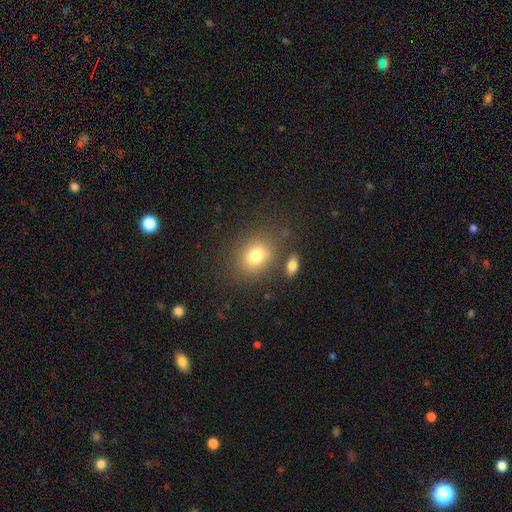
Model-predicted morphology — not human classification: This is likely a smooth galaxy (77%). How rounded: possibly round (57%). Merging: likely none (77%).